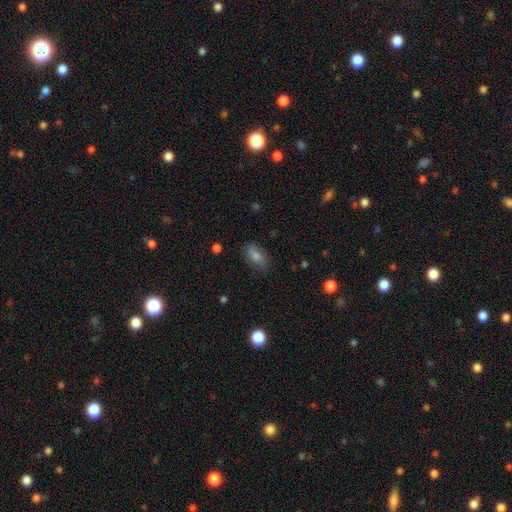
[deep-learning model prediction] Smooth or featured? smooth (69%)
How rounded? in between (86%)
Merging? none (80%)